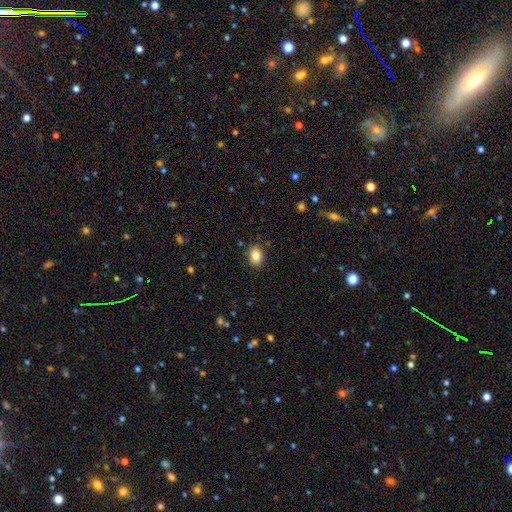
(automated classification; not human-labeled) Morphology: type=smooth (84%); roundness=in between (71%); merging=none (88%).